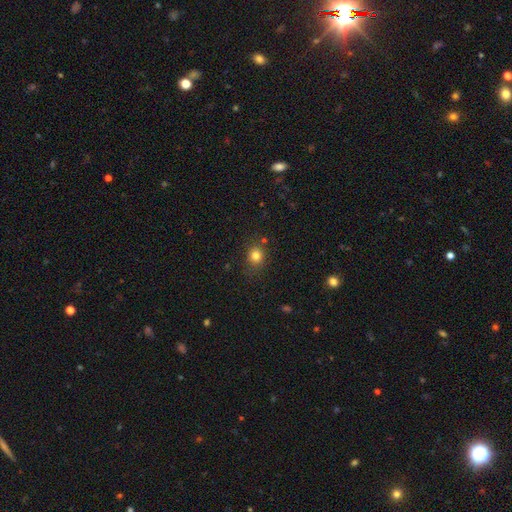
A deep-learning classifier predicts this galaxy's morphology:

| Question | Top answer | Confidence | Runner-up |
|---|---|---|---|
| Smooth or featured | smooth | 80% | star or artifact (13%) |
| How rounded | round | 73% | in between (26%) |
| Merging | none | 79% | minor disturbance (13%) |